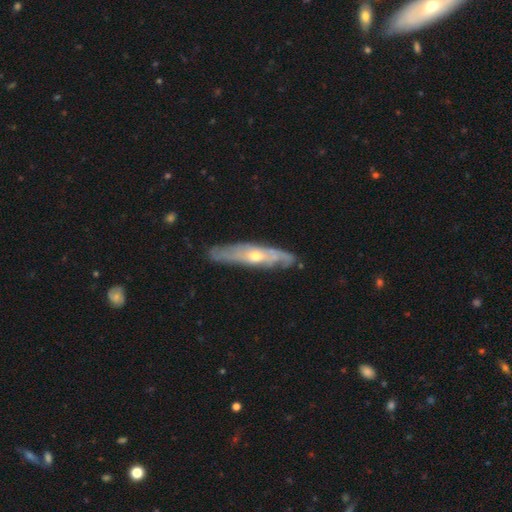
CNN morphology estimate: Overall: featured or disk (74%). Edge-on disk: yes (53%; no 47%). Merging: none (80%).